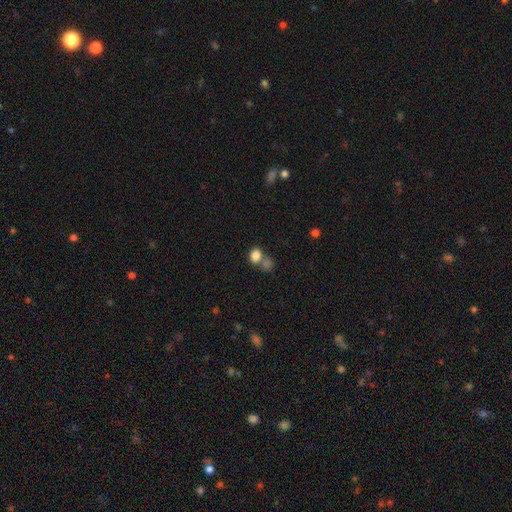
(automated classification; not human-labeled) smooth_or_featured: smooth (p=0.82) [alt: star or artifact p=0.10]
how_rounded: in between (p=0.50) [alt: round p=0.49]
merging: none (p=0.42) [alt: merger p=0.41]